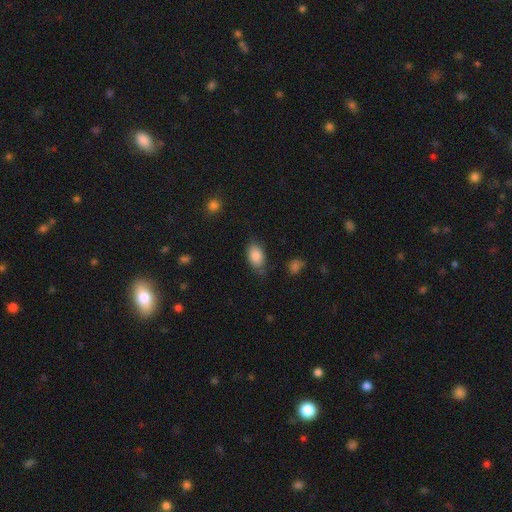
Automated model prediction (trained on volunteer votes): smooth 85%, star or artifact 7%, featured or disk 7%. Down the decision tree: how rounded — in between (90%); merging — none (72%).